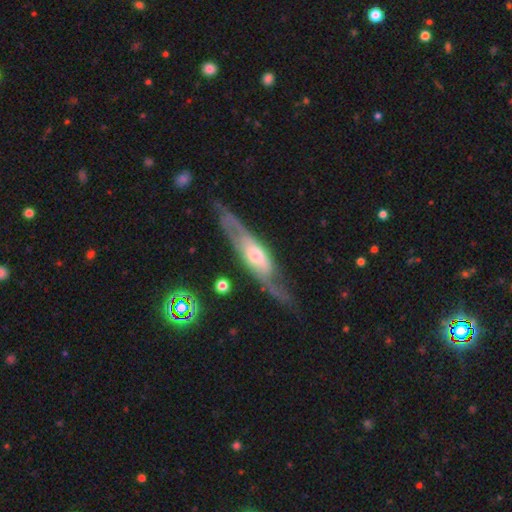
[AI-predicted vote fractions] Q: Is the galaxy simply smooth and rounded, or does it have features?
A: featured or disk — 75%.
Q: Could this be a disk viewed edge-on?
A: no — 54%.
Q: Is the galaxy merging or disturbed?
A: none — 63%.